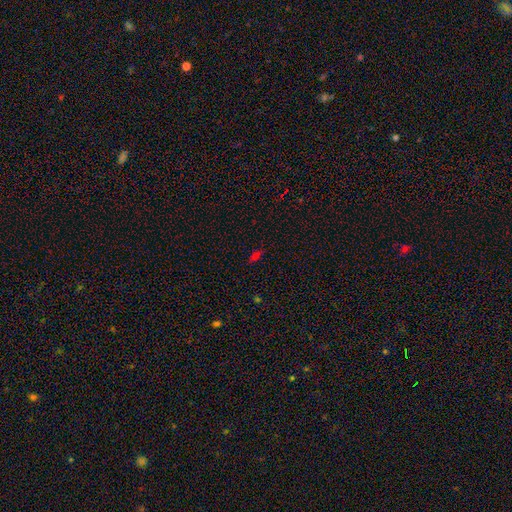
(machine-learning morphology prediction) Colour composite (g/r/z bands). It shows a smooth galaxy with no disk features (54%) that is in between round and cigar-shaped (73%). Merging: none (80%).